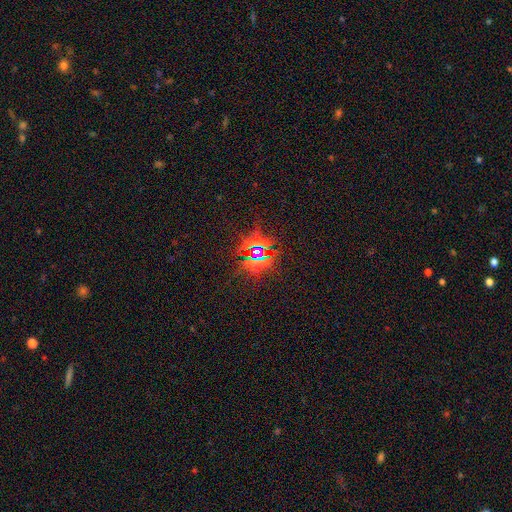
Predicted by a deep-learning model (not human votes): This appears to be a star or artifact, not a galaxy (80%).